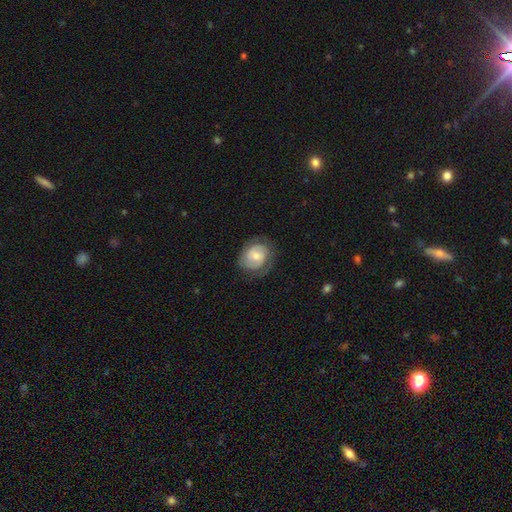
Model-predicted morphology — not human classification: Smooth or featured: featured or disk — 62% (smooth — 32%)
Edge-on disk: no — 97% (yes — 3%)
Bar: no — 62% (weak — 31%)
Spiral arms: yes — 84% (no — 16%)
Spiral winding: tight — 59% (medium — 31%)
Spiral arm count: 2 — 62% (can't tell — 23%)
Bulge size: moderate — 53% (small — 38%)
Merging: none — 71% (minor disturbance — 19%)